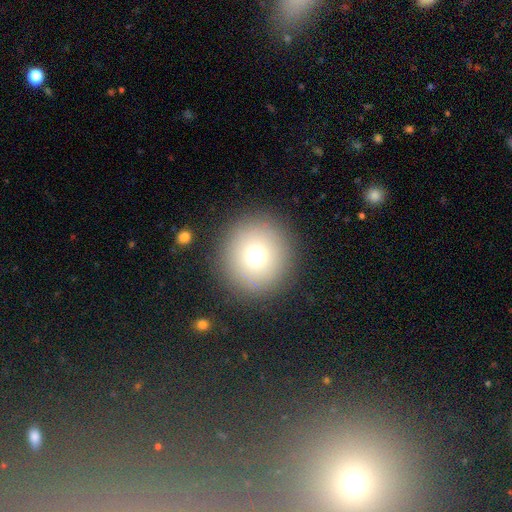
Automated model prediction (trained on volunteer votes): The model was most divided on "smooth or featured": smooth: 73%, star or artifact: 15%, featured or disk: 12%. More confident: how rounded — round (95%); merging — none (90%).